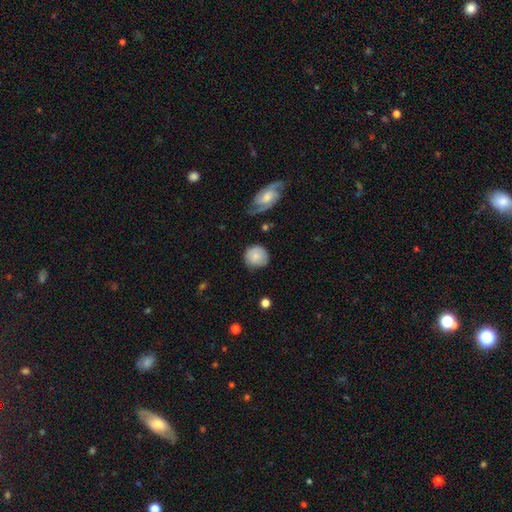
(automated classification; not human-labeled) The model was most divided on "merging": none: 70%, minor disturbance: 21%, major disturbance: 6%, merger: 3%. More confident: how rounded — round (88%); smooth or featured — smooth (76%).